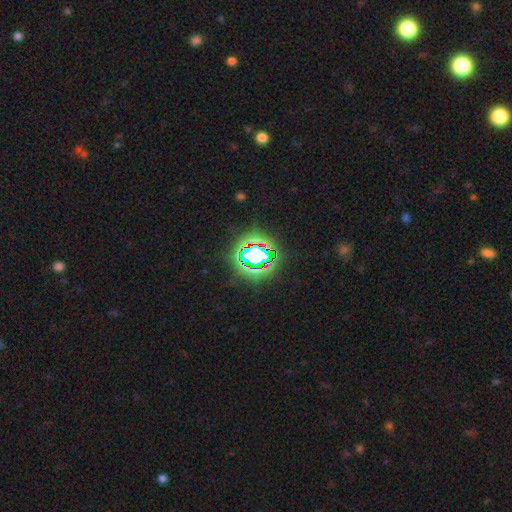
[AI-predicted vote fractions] Smooth or featured?
  - star or artifact: 69% *
  - smooth: 19%
  - featured or disk: 12%